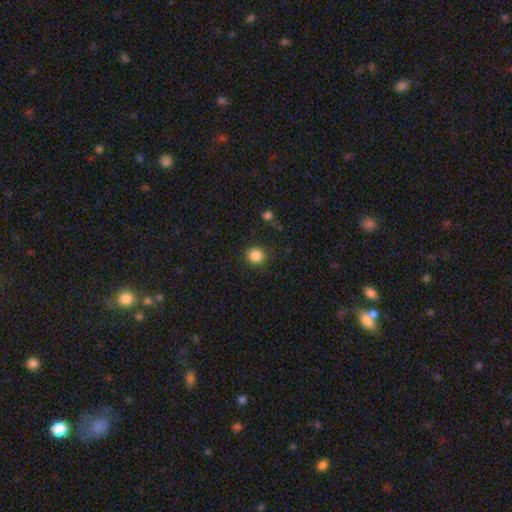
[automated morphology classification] Smooth or featured?
  - smooth: 86% *
  - star or artifact: 10%
  - featured or disk: 3%
How rounded?
  - round: 89% *
  - in between: 10%
  - cigar-shaped: 1%
Merging?
  - none: 87% *
  - minor disturbance: 8%
  - major disturbance: 3%
  - merger: 2%